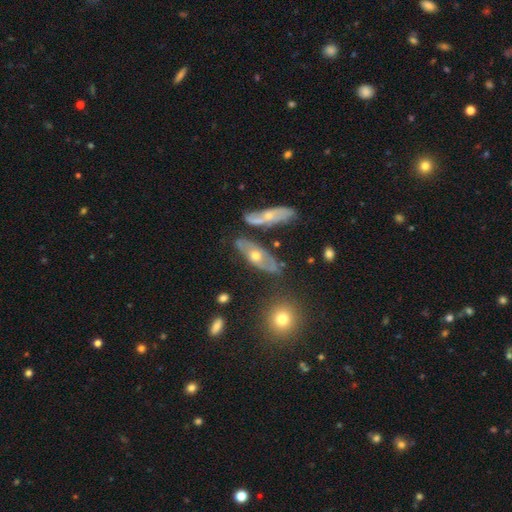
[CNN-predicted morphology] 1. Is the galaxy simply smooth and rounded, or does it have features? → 61% featured or disk, 31% smooth, 8% star or artifact.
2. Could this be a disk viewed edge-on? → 67% no, 33% yes.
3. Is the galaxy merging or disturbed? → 64% none, 19% minor disturbance, 10% merger, 8% major disturbance.